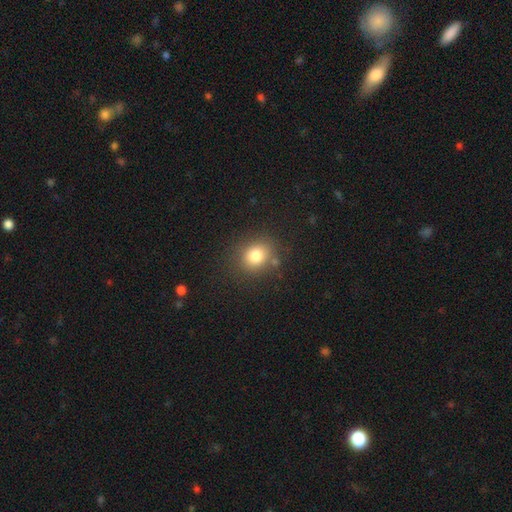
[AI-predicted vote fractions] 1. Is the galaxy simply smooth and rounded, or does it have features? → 80% smooth, 12% star or artifact, 8% featured or disk.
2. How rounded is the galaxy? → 71% round, 28% in between, 1% cigar-shaped.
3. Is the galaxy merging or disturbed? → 80% none, 11% minor disturbance, 5% merger, 4% major disturbance.